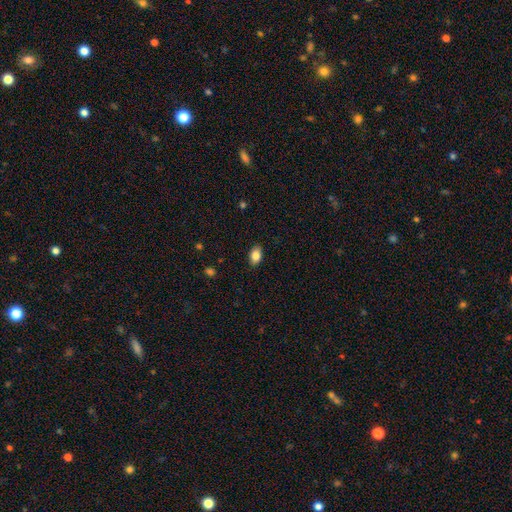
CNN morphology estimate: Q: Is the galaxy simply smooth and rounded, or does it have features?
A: smooth — 84%.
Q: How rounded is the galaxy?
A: in between — 85%.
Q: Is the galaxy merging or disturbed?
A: none — 87%.